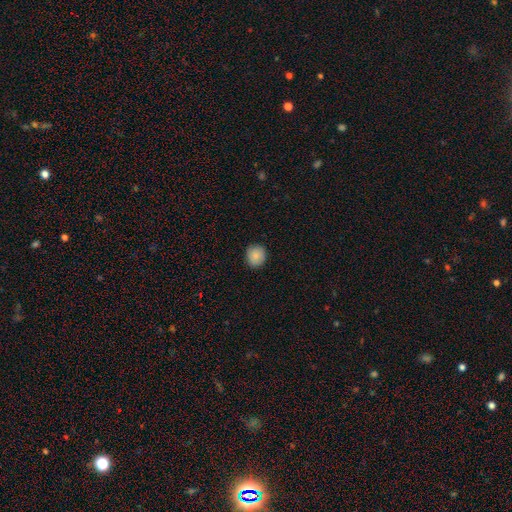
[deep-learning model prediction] Smooth or featured?
  - smooth: 87% *
  - star or artifact: 8%
  - featured or disk: 5%
How rounded?
  - round: 86% *
  - in between: 13%
  - cigar-shaped: 1%
Merging?
  - none: 89% *
  - minor disturbance: 8%
  - major disturbance: 2%
  - merger: 1%